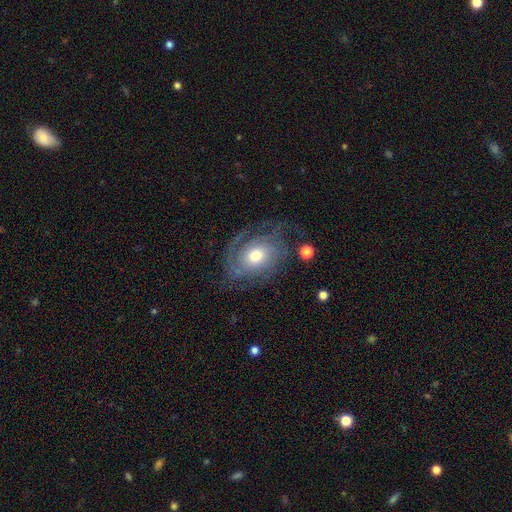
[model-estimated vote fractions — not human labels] smooth-or-featured: featured or disk: 79% | smooth: 14% | star or artifact: 6%
  disk-edge-on: no: 97% | yes: 3%
    bar: no: 77% | weak: 19% | strong: 4%
    has-spiral-arms: yes: 92% | no: 8%
      spiral-winding: tight: 58% | medium: 32% | loose: 11%
      spiral-arm-count: can't tell: 31% (tied) | 2: 31% (tied) | 3: 17% | 1: 9% | 4: 6% | more than 4: 5%
    bulge-size: moderate: 65% | large: 23% | small: 9% | dominant: 2% | none: 1%
  merging: none: 67% | minor disturbance: 19% | major disturbance: 13% | merger: 2%